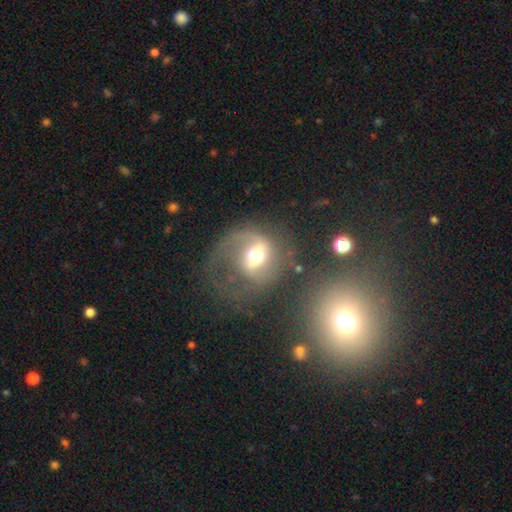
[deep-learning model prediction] The model was most divided on "spiral winding" (2-way tie): medium: 42%, loose: 42%, tight: 16%. Remaining: edge-on disk — no (96%); spiral arms — yes (80%); smooth or featured — featured or disk (68%); bulge size — moderate (66%); spiral arm count — 2 (54%); bar — weak (41%); merging — none (40%).